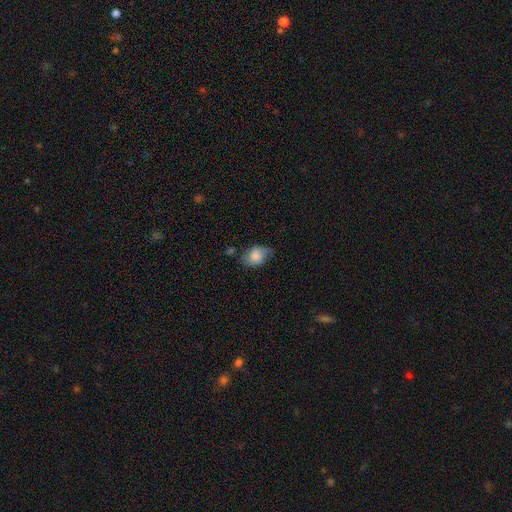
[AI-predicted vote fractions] Morphology: type=smooth (70%); roundness=in between (70%); merging=none (51%).